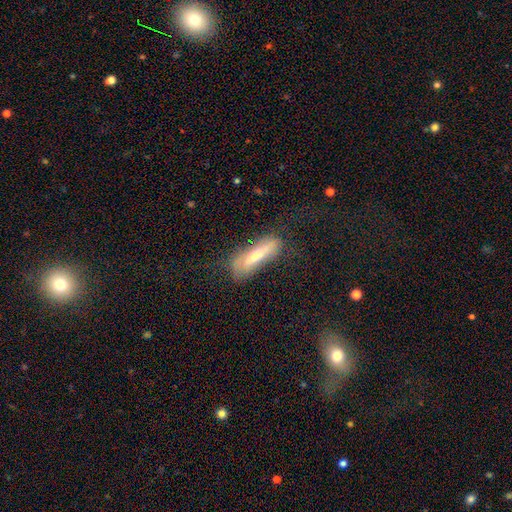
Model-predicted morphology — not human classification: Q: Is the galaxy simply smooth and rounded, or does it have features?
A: smooth — 53%.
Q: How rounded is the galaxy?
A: cigar-shaped — 69%.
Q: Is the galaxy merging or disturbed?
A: none — 65%.